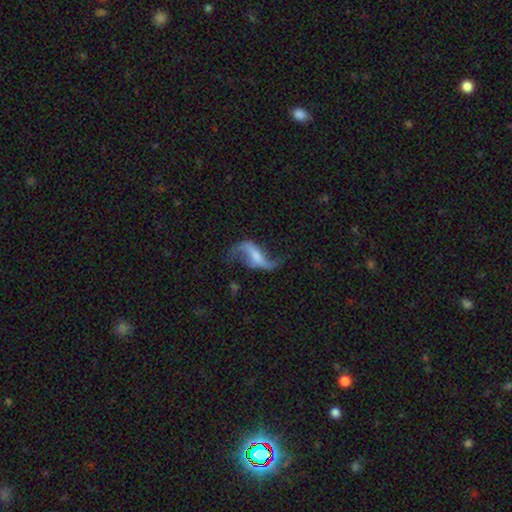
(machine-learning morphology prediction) type=featured or disk (85%); edge-on=no (94%); bar=weak (40%); spiral arms=yes (94%); winding=loose (91%); arm count=2 (92%); bulge=small (35%); merging=none (64%).